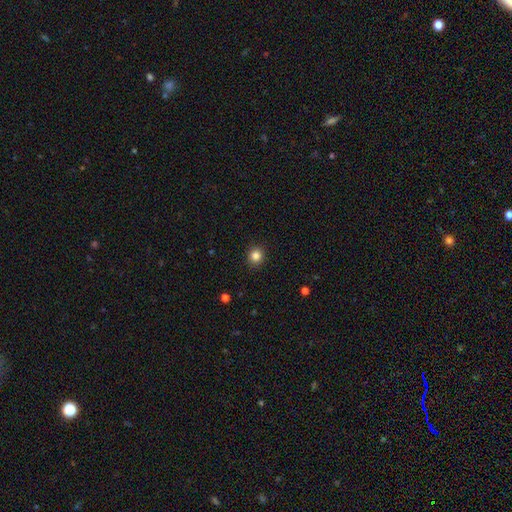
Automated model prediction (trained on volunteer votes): A smooth galaxy with no disk features (84%) that is round (88%).

Vote fractions:
- Smooth or featured? smooth: 84% / star or artifact: 12% / featured or disk: 5%
- How rounded? round: 88% / in between: 11% / cigar-shaped: 1%
- Merging? none: 92% / minor disturbance: 6% / major disturbance: 2% / merger: 1%